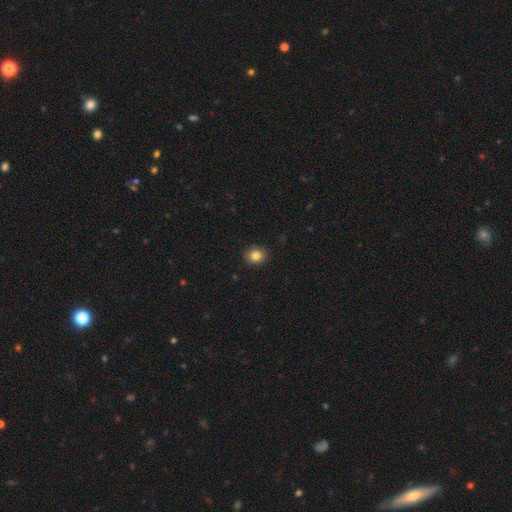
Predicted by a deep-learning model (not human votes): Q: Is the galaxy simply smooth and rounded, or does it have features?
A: smooth — 84%.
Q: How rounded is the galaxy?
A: round — 75%.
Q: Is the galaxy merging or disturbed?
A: none — 91%.